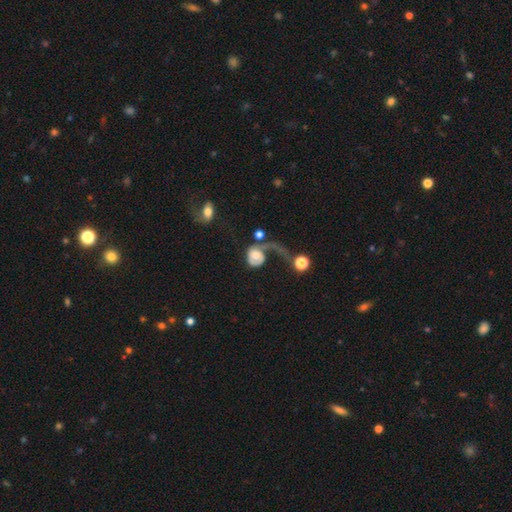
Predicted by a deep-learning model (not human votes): Smooth or featured: featured or disk — 52% (smooth — 41%)
Edge-on disk: no — 97% (yes — 3%)
Bar: no — 77% (weak — 19%)
Spiral arms: yes — 74% (no — 26%)
Bulge size: moderate — 44% (small — 23%)
Merging: major disturbance — 55% (none — 20%)